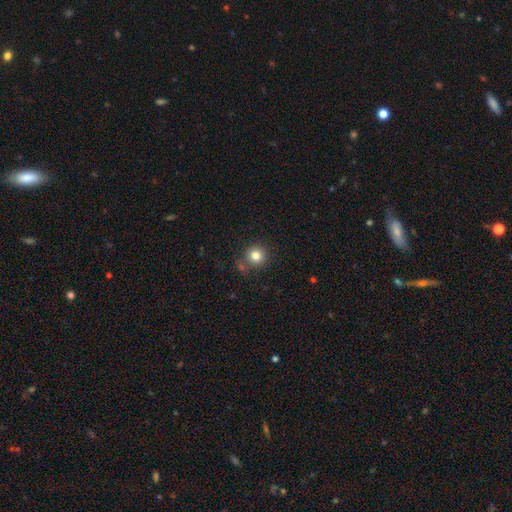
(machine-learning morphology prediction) type=smooth (81%); roundness=round (93%); merging=none (77%).